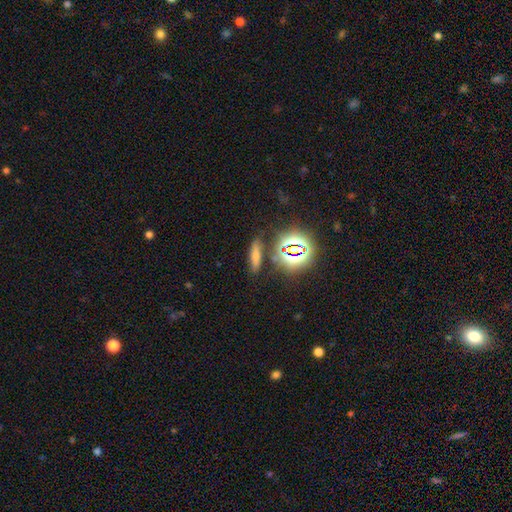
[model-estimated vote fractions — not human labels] Morphology: type=smooth (59%); roundness=cigar-shaped (60%); merging=none (79%).